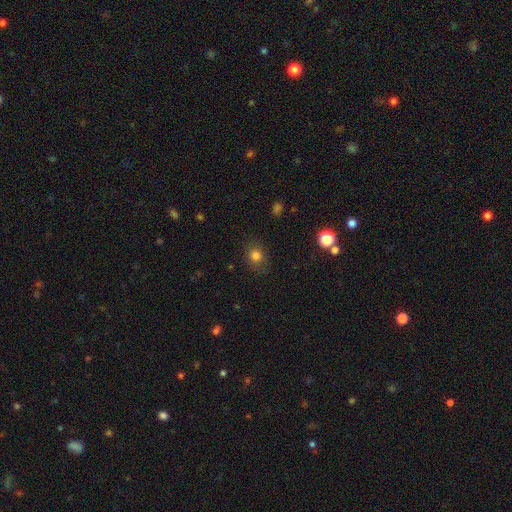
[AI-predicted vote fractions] Smooth or featured?
  - smooth: 78% *
  - star or artifact: 14%
  - featured or disk: 7%
How rounded?
  - round: 72% *
  - in between: 27%
  - cigar-shaped: 1%
Merging?
  - none: 82% *
  - minor disturbance: 13%
  - major disturbance: 4%
  - merger: 1%